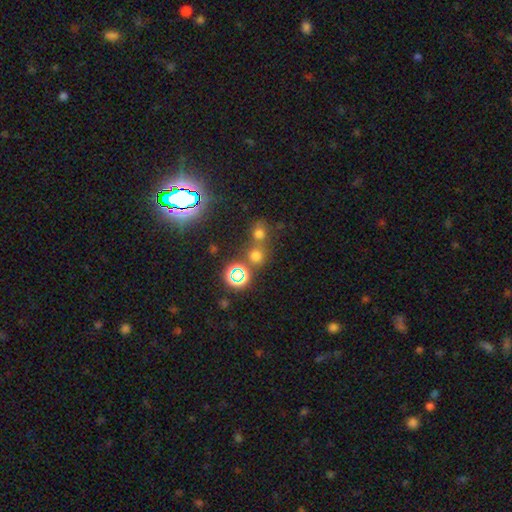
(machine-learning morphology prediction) Q: Smooth or featured?
A: smooth (58%); runner-up: star or artifact (35%)
Q: How rounded?
A: round (86%); runner-up: in between (13%)
Q: Merging?
A: none (58%); runner-up: merger (31%)